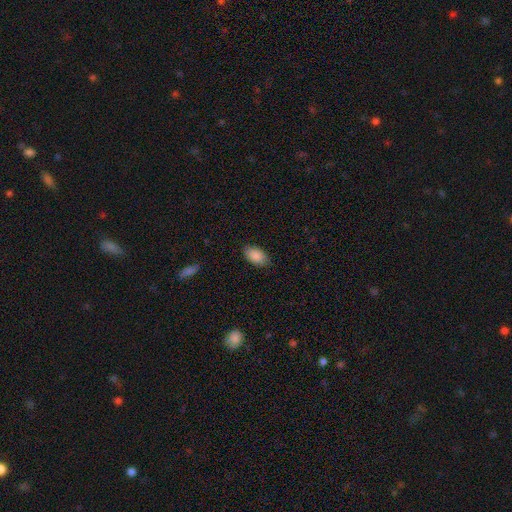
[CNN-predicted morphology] The model was most divided on "merging": none: 86%, minor disturbance: 11%, major disturbance: 2%, merger: 1%. More confident: how rounded — in between (94%); smooth or featured — smooth (88%).